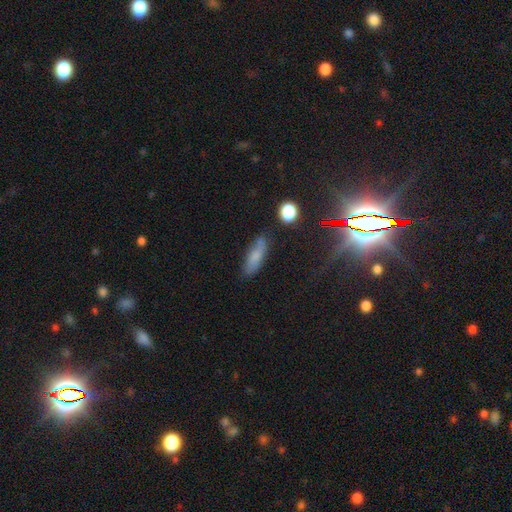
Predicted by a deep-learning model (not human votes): A smooth galaxy with no disk features (70%) that is in between round and cigar-shaped (51%).

Vote fractions:
- Smooth or featured? smooth: 70% / featured or disk: 18% / star or artifact: 11%
- How rounded? in between: 51% / cigar-shaped: 45% / round: 3%
- Merging? none: 72% / minor disturbance: 20% / major disturbance: 5% / merger: 3%